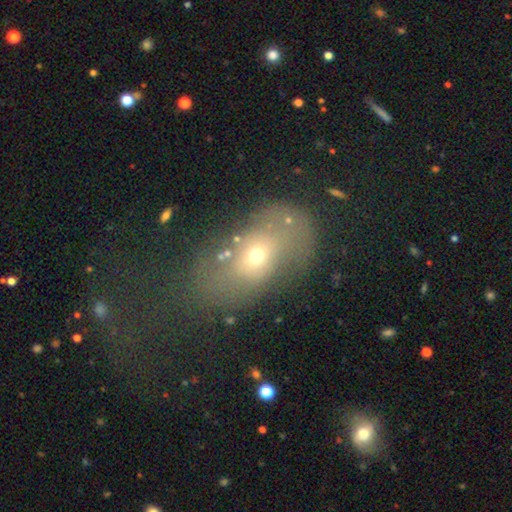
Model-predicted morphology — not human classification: Smooth or featured? smooth (55%)
How rounded? in between (75%)
Merging? none (43%)